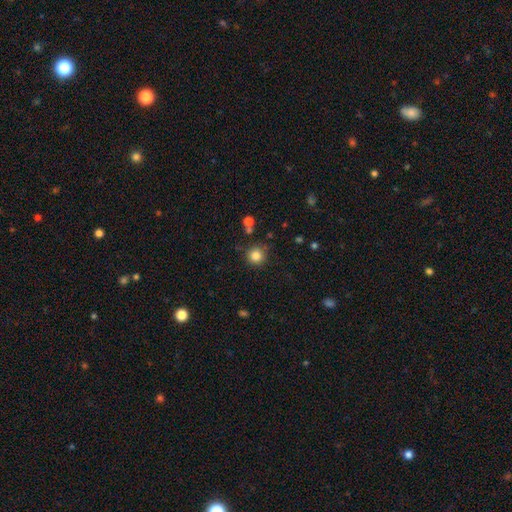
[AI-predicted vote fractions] Smooth or featured?
  - smooth: 84% *
  - star or artifact: 12%
  - featured or disk: 5%
How rounded?
  - round: 94% *
  - in between: 5%
  - cigar-shaped: 1%
Merging?
  - none: 85% *
  - minor disturbance: 9%
  - merger: 4%
  - major disturbance: 3%